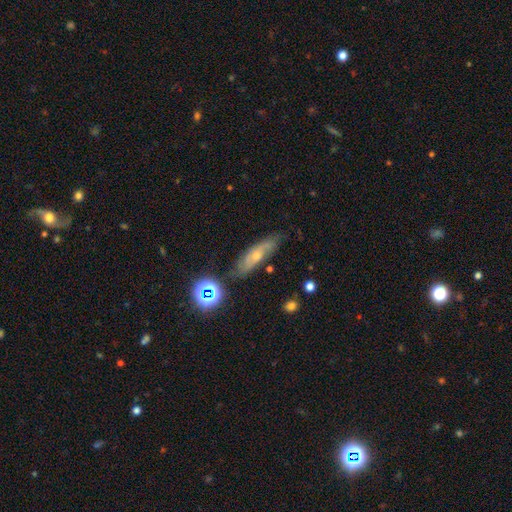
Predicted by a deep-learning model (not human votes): Morphology: type=featured or disk (49%); merging=none (65%).